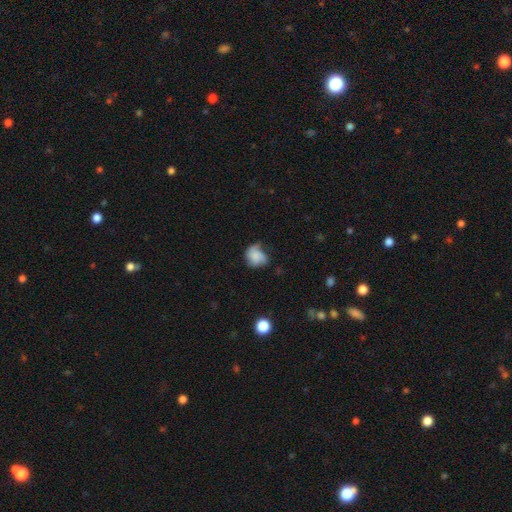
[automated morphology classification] Smooth or featured? Predicted: smooth (p=0.66). How rounded? Predicted: round (p=0.56). Merging? Predicted: minor disturbance (p=0.36, tied with none).